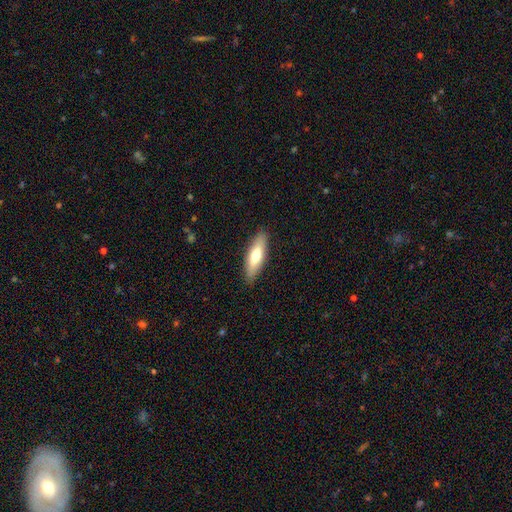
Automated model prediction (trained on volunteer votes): This appears to be a smooth galaxy with no disk features (64%) that is cigar-shaped (51%). Merging: none (88%).